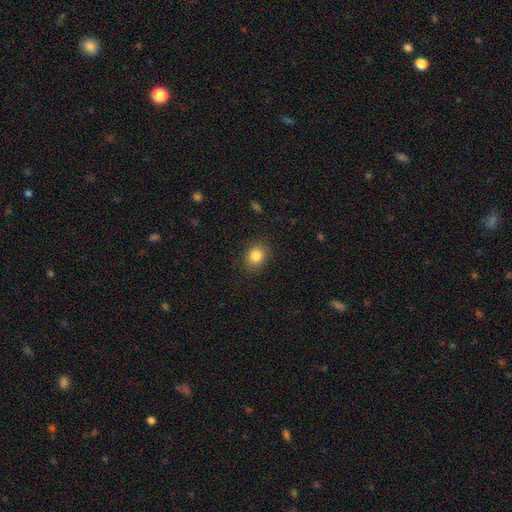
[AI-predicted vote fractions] Smooth or featured? smooth (85%)
How rounded? round (61%)
Merging? none (87%)